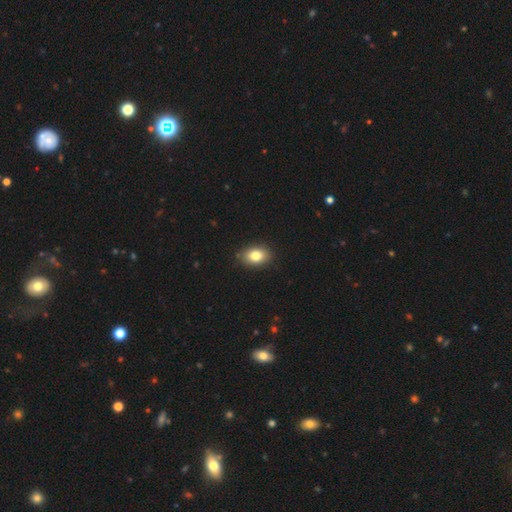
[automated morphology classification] This is clearly a smooth galaxy (82%). How rounded: likely in between (78%). Merging: clearly none (87%).